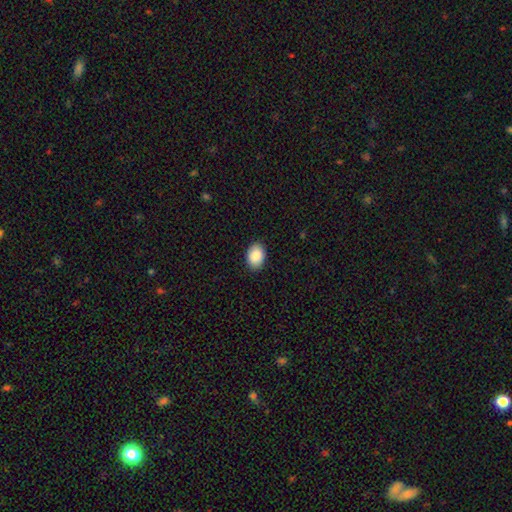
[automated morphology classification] smooth_or_featured: smooth (p=0.90) [alt: star or artifact p=0.07]
how_rounded: in between (p=0.80) [alt: round p=0.19]
merging: none (p=0.90) [alt: minor disturbance p=0.08]